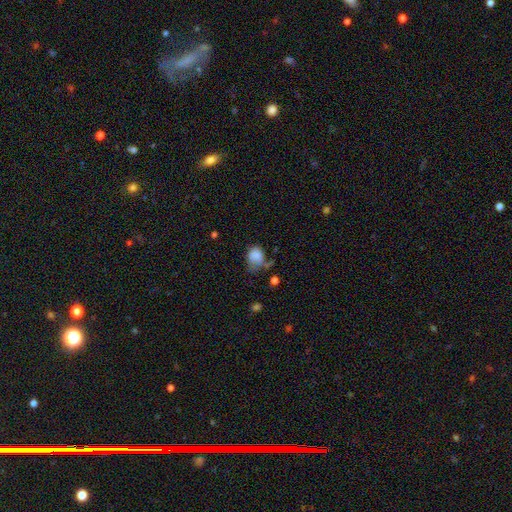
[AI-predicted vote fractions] A smooth galaxy with no disk features (78%) that is in between round and cigar-shaped (61%). Merging: minor disturbance (33%).